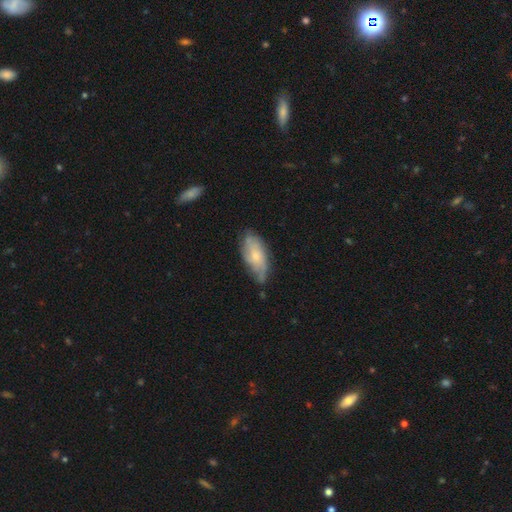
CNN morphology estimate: Overall: smooth (48%; featured or disk 46%). Merging: none (57%; minor disturbance 32%).